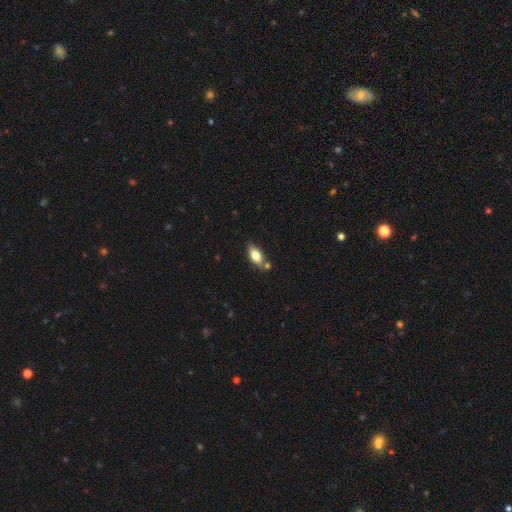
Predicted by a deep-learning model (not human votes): Smooth or featured?
  - smooth: 74% *
  - featured or disk: 18%
  - star or artifact: 7%
How rounded?
  - in between: 85% *
  - cigar-shaped: 12%
  - round: 3%
Merging?
  - none: 71% *
  - minor disturbance: 15%
  - merger: 11%
  - major disturbance: 3%